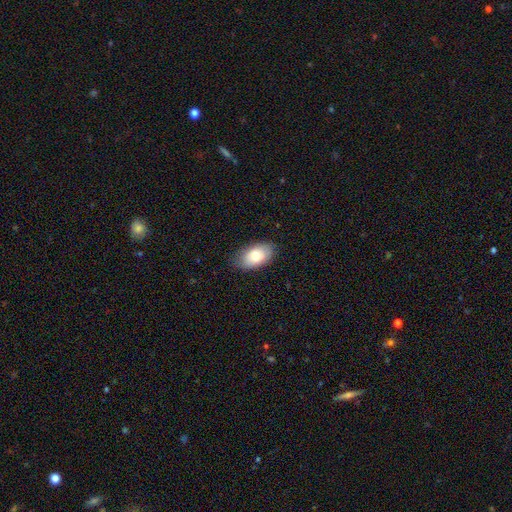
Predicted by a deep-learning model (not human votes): smooth-or-featured: smooth: 77% | featured or disk: 16% | star or artifact: 7%
  how-rounded: in between: 93% | round: 6% | cigar-shaped: 2%
  merging: none: 82% | minor disturbance: 14% | major disturbance: 3% | merger: 1%